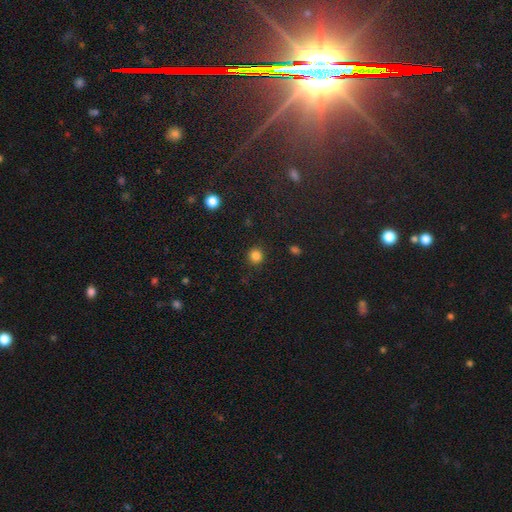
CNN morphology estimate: type=smooth (84%); roundness=round (91%); merging=none (90%).